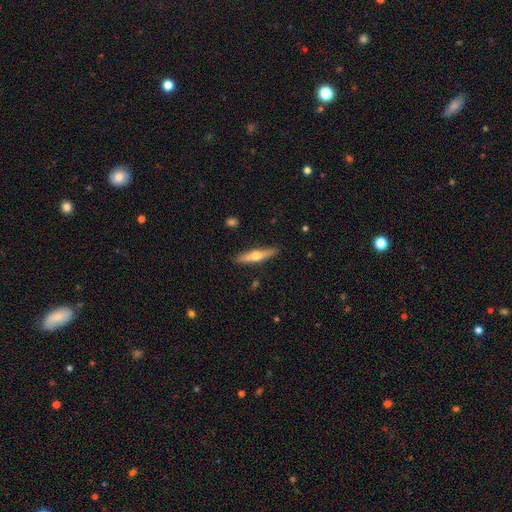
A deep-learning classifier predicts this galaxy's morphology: smooth-or-featured: featured or disk: 57% | smooth: 38% | star or artifact: 6%
  disk-edge-on: yes: 94% | no: 6%
    edge-on-bulge: rounded: 93% | none: 4% | boxy: 2%
  merging: none: 89% | minor disturbance: 8% | major disturbance: 2% | merger: 1%